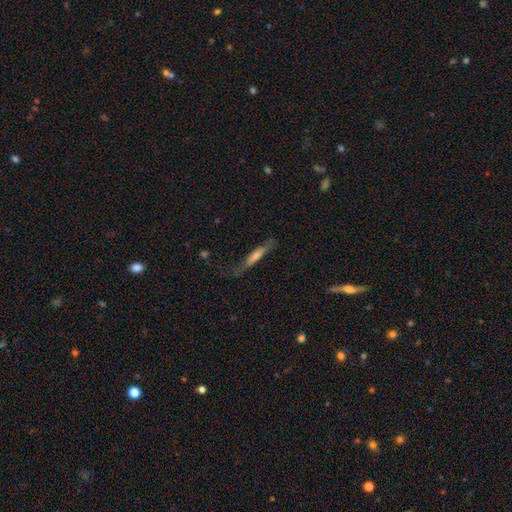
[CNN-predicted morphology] smooth-or-featured: featured or disk: 49% | smooth: 42% | star or artifact: 9%
  merging: none: 62% | minor disturbance: 23% | major disturbance: 13% | merger: 3%